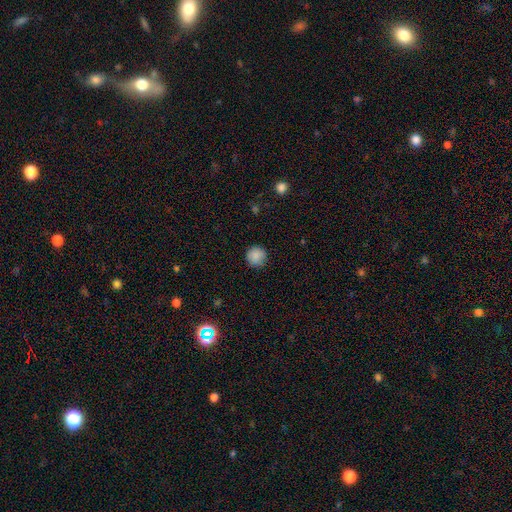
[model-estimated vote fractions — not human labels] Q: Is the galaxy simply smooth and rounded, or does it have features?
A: smooth — 87%.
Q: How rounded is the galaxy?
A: round — 94%.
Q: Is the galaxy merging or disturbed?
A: none — 86%.